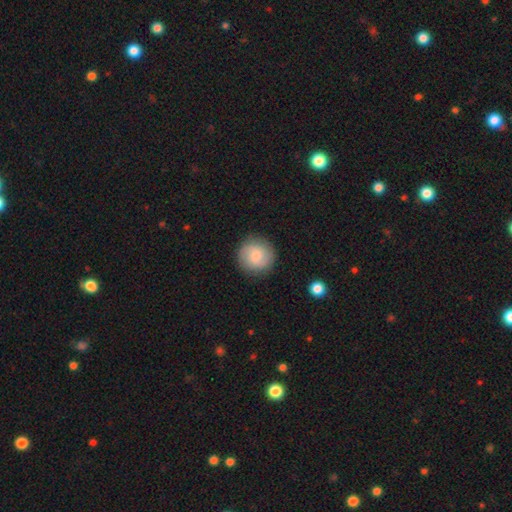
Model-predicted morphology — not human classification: smooth 69%, featured or disk 24%, star or artifact 7%. Down the decision tree: how rounded — round (94%); merging — none (88%).